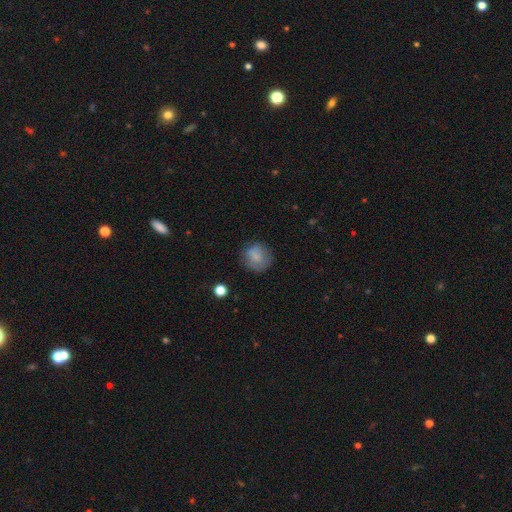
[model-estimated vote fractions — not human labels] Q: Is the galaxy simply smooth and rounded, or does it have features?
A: smooth — 76%.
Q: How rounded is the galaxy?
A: round — 83%.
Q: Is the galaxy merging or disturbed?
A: none — 72%.